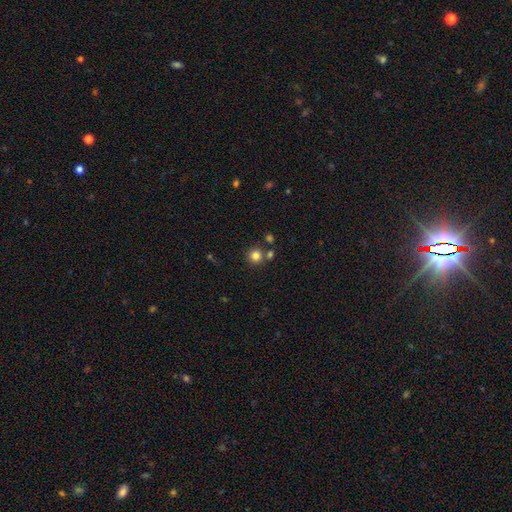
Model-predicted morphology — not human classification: The model was most divided on "merging": none: 75%, merger: 15%, minor disturbance: 8%, major disturbance: 3%. More confident: how rounded — round (93%); smooth or featured — smooth (81%).